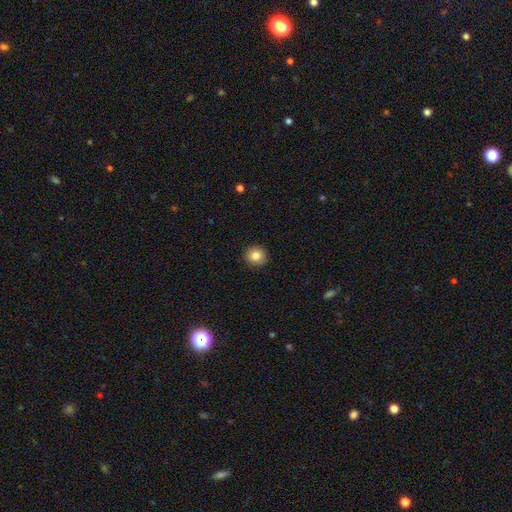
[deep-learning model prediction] This is clearly a smooth galaxy (84%). How rounded: clearly round (91%). Merging: clearly none (91%).